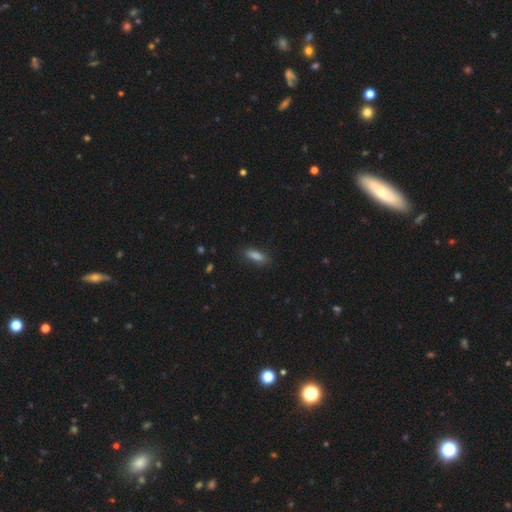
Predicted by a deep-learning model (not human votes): smooth 84%, star or artifact 8%, featured or disk 8%. Down the decision tree: how rounded — in between (57%); merging — none (81%).